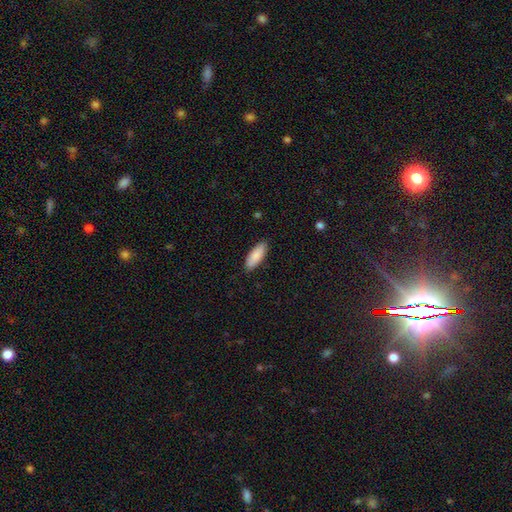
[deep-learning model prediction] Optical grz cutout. It shows a smooth galaxy with no disk features (89%) that is in between round and cigar-shaped (73%). Merging: none (87%).